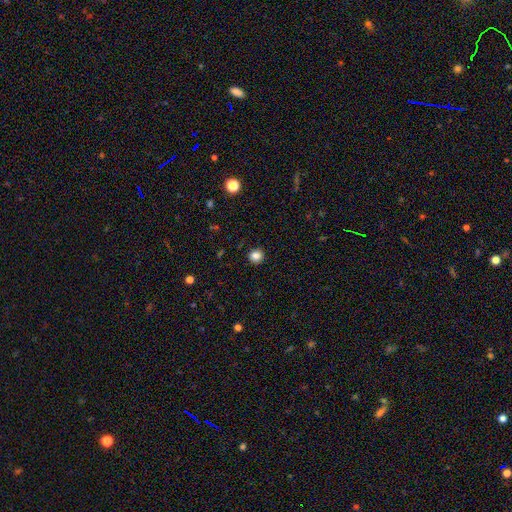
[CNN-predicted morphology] type=smooth (85%); roundness=round (91%); merging=none (92%).